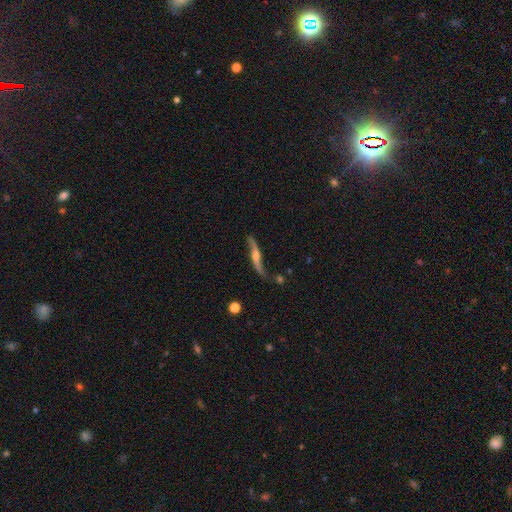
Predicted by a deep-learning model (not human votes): The model was most divided on "edge-on disk": yes: 54%, no: 46%. More confident: smooth or featured — featured or disk (82%); merging — none (64%).